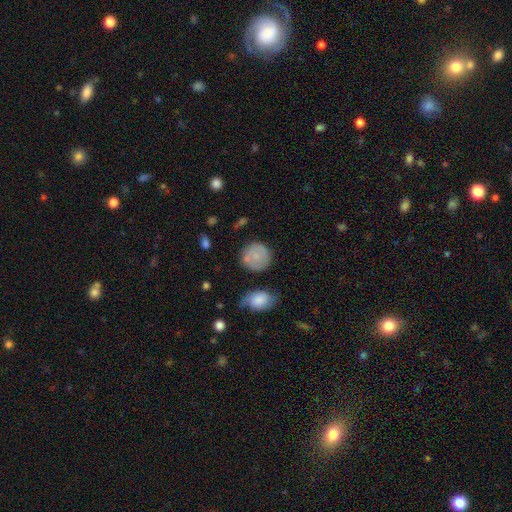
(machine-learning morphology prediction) Smooth or featured? Predicted: smooth (p=0.74). How rounded? Predicted: round (p=0.89). Merging? Predicted: none (p=0.72).